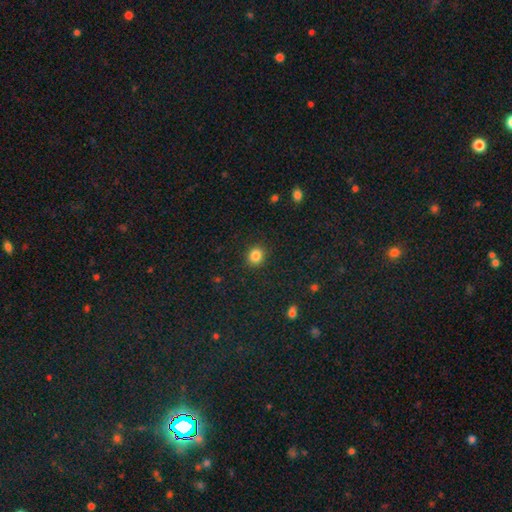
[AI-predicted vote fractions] This is clearly a smooth galaxy (85%). How rounded: clearly round (83%). Merging: clearly none (90%).